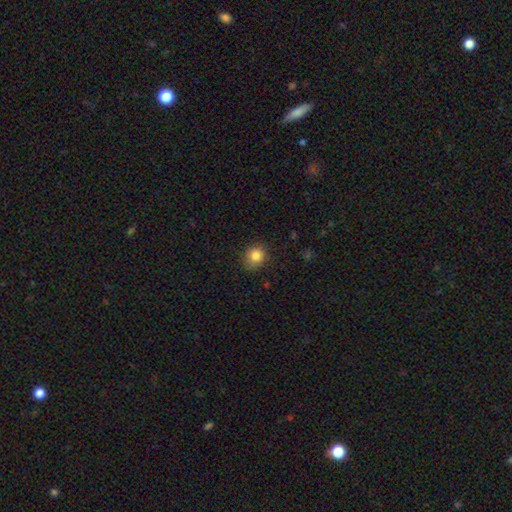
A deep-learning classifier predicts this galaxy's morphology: type=smooth (83%); roundness=round (73%); merging=none (82%).